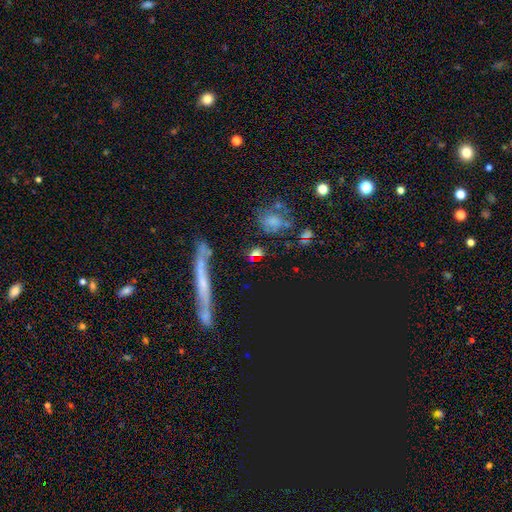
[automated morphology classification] Smooth or featured? Predicted: smooth (p=0.47). Merging? Predicted: none (p=0.70).